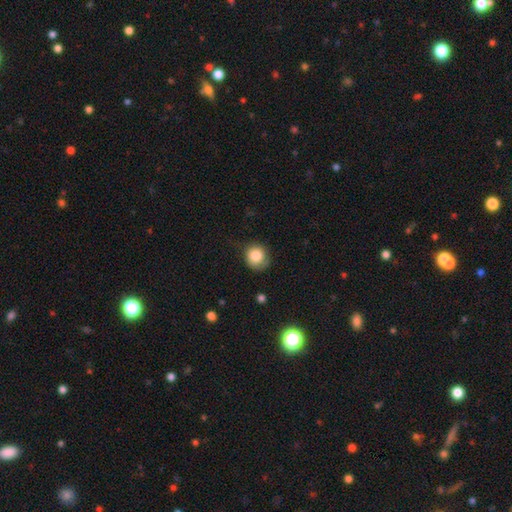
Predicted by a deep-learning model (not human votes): Morphology: type=smooth (84%); roundness=round (84%); merging=none (63%).